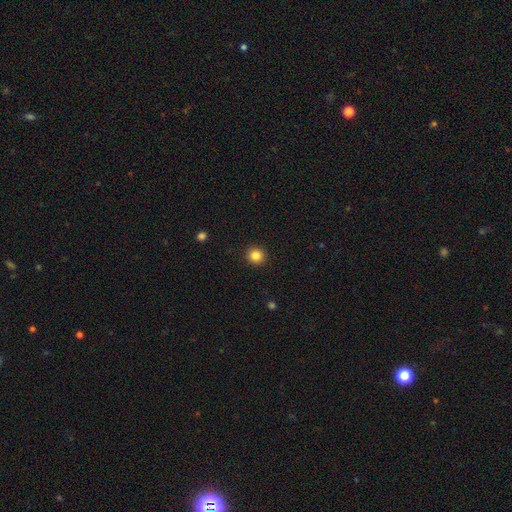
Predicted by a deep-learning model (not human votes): Overall: smooth (84%). How rounded: round (93%). Merging: none (93%).